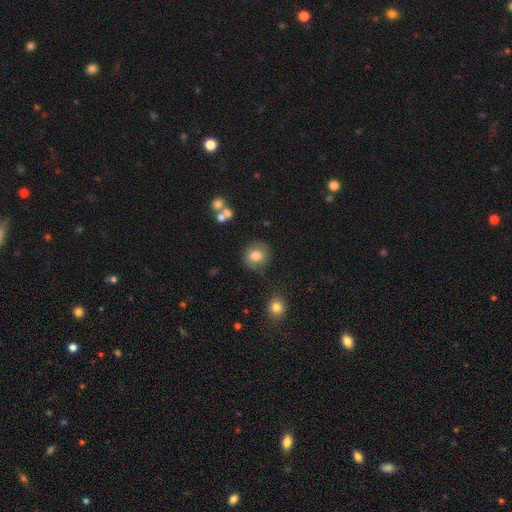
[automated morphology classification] smooth_or_featured: smooth (p=0.78) [alt: featured or disk p=0.13]
how_rounded: round (p=0.88) [alt: in between p=0.11]
merging: none (p=0.78) [alt: minor disturbance p=0.14]